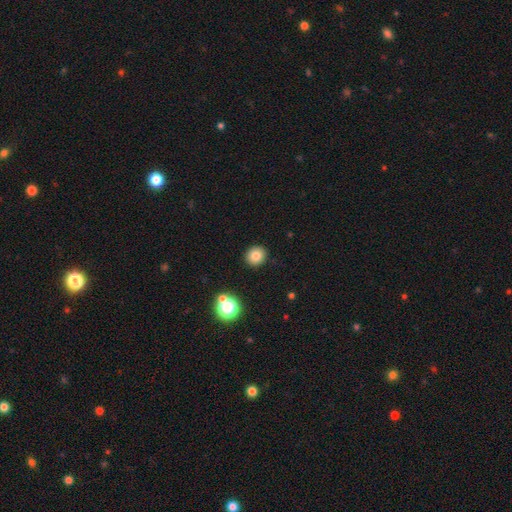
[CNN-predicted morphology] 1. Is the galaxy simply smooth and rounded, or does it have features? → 80% smooth, 12% star or artifact, 8% featured or disk.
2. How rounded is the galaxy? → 88% round, 11% in between, 1% cigar-shaped.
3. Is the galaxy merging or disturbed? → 91% none, 6% minor disturbance, 2% major disturbance, 2% merger.